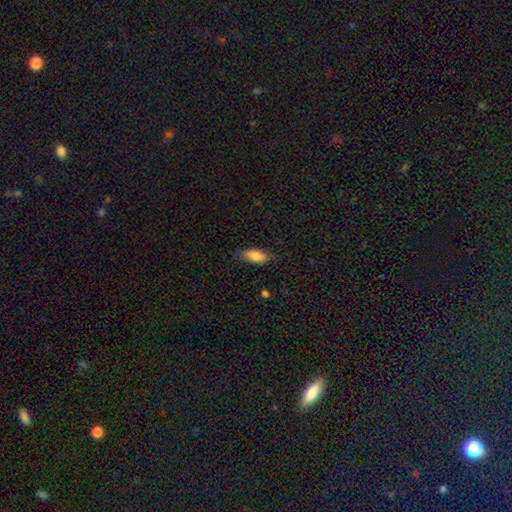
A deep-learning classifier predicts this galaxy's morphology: Smooth or featured? smooth (80%)
How rounded? in between (81%)
Merging? none (74%)